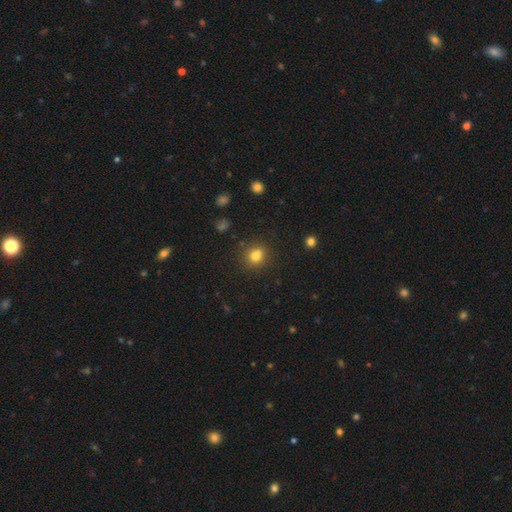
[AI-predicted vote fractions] A smooth galaxy with no disk features (78%) that is round (77%).

Vote fractions:
- Smooth or featured? smooth: 78% / star or artifact: 14% / featured or disk: 8%
- How rounded? round: 77% / in between: 22% / cigar-shaped: 1%
- Merging? none: 74% / merger: 11% / minor disturbance: 11% / major disturbance: 3%